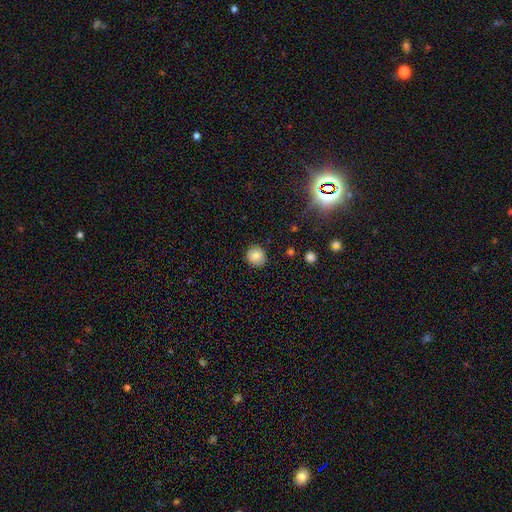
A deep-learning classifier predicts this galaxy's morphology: This appears to be a smooth galaxy with no disk features (83%) that is round (90%). Merging: none (87%).